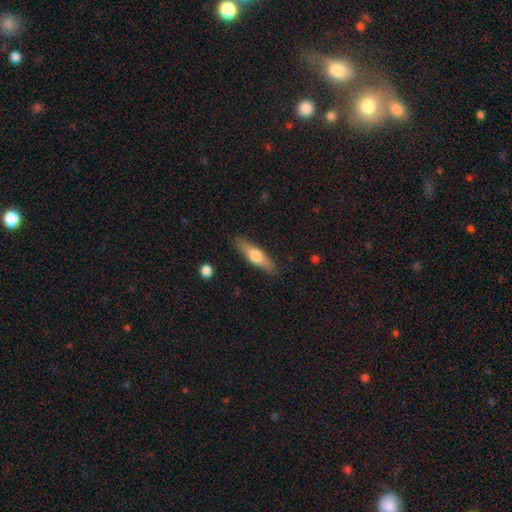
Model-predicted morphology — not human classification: Smooth or featured: featured or disk — 48% (smooth — 47%)
Merging: none — 86% (minor disturbance — 10%)